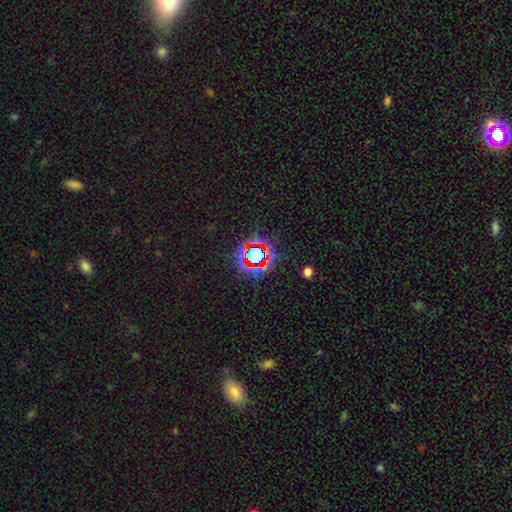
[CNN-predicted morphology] type=star or artifact (65%).